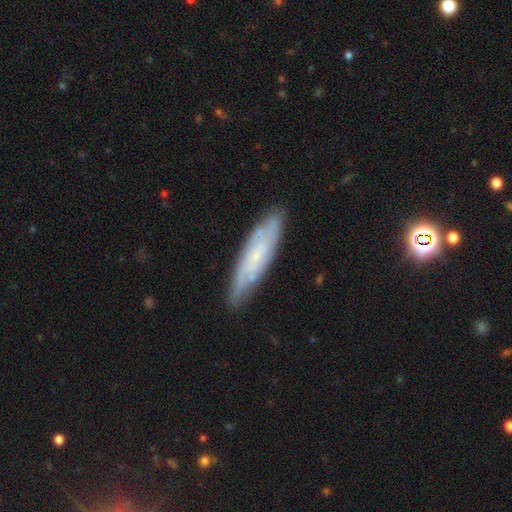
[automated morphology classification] Smooth or featured? Predicted: featured or disk (p=0.63). Edge-on disk? Predicted: no (p=0.64). Merging? Predicted: none (p=0.81).